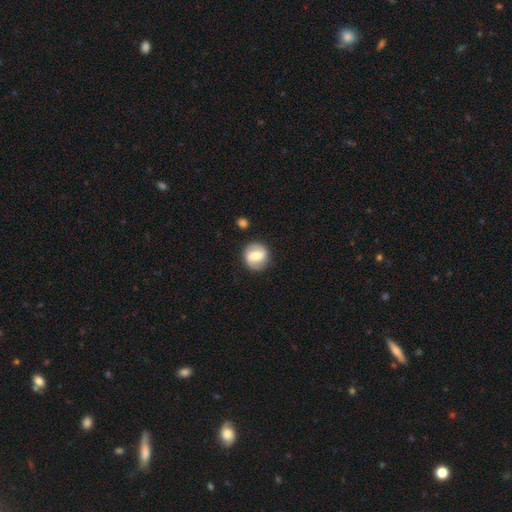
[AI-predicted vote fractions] featured or disk 53%, smooth 41%, star or artifact 6%. Down the decision tree: edge-on disk — no (96%); bar — strong (41%, tied with weak); spiral arms — yes (70%); bulge size — moderate (63%); merging — none (85%).